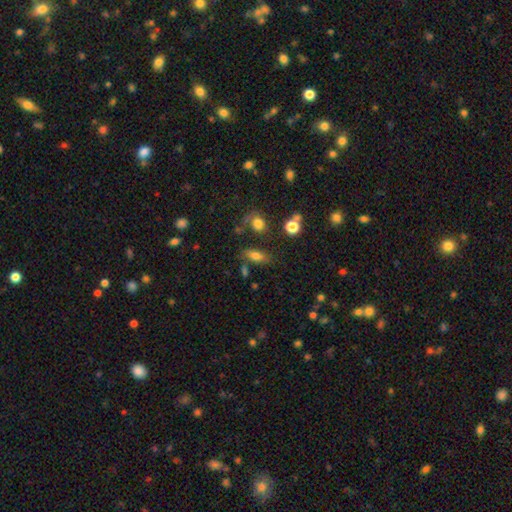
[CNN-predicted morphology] Overall: smooth (74%). How rounded: in between (78%). Merging: none (66%).